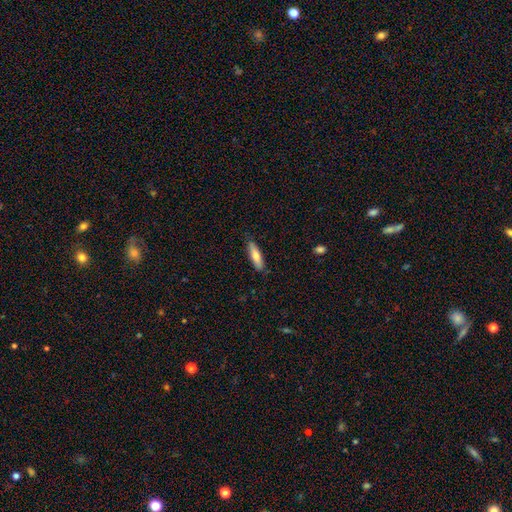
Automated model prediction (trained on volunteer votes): smooth-or-featured: smooth: 72% | featured or disk: 22% | star or artifact: 6%
  how-rounded: cigar-shaped: 64% | in between: 34% | round: 2%
  merging: none: 84% | minor disturbance: 13% | major disturbance: 2% | merger: 1%